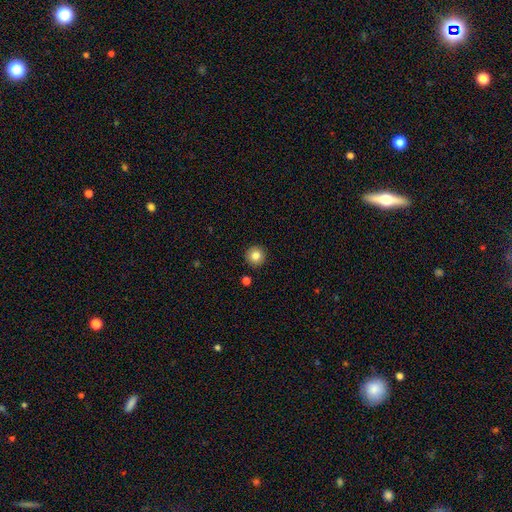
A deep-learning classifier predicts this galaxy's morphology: A smooth galaxy with no disk features (83%) that is round (96%). Merging: none (91%).